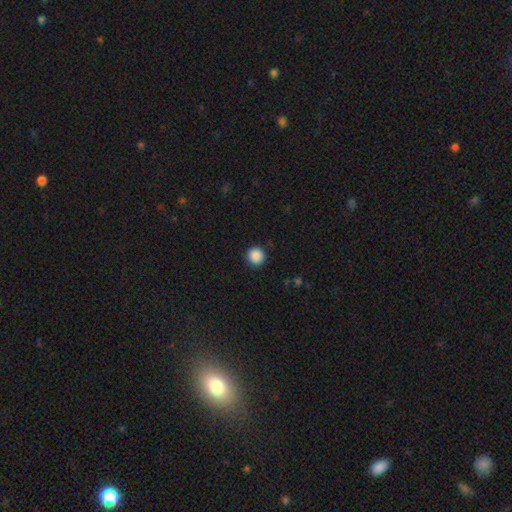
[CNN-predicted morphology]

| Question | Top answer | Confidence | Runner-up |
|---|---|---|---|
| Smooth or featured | smooth | 88% | star or artifact (10%) |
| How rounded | round | 95% | in between (4%) |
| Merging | none | 92% | minor disturbance (5%) |